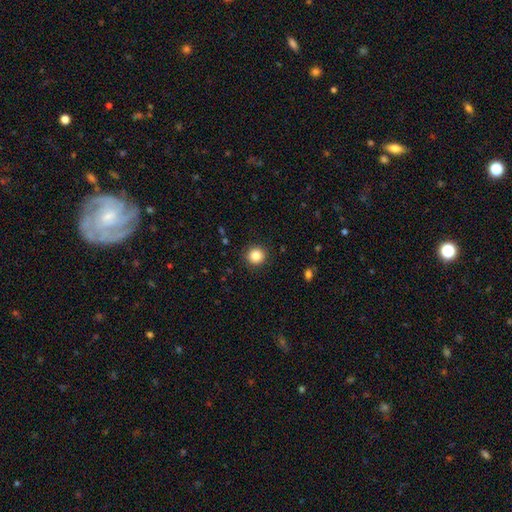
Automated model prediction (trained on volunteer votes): This is clearly a smooth galaxy (85%). How rounded: clearly round (93%). Merging: clearly none (91%).